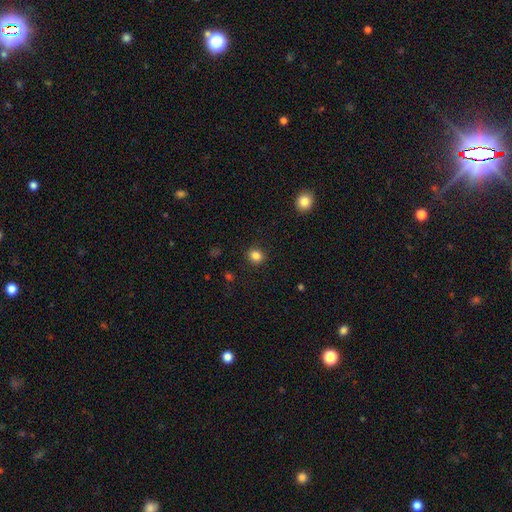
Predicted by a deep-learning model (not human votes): Smooth or featured: smooth — 84% (star or artifact — 11%)
How rounded: round — 80% (in between — 19%)
Merging: none — 90% (minor disturbance — 7%)